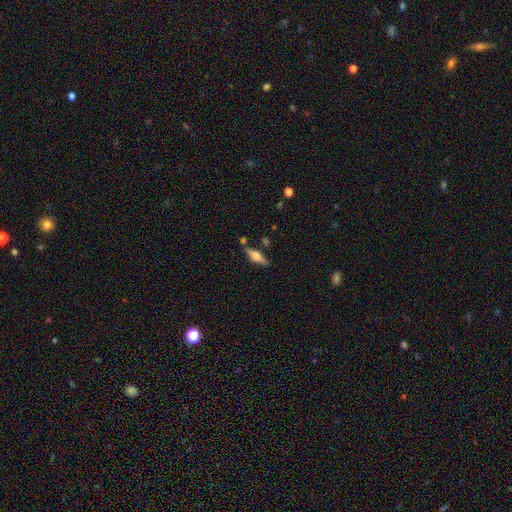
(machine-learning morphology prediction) Smooth or featured? Predicted: featured or disk (p=0.54). Edge-on disk? Predicted: yes (p=0.93). Edge-on bulge? Predicted: rounded (p=0.82). Merging? Predicted: none (p=0.75).